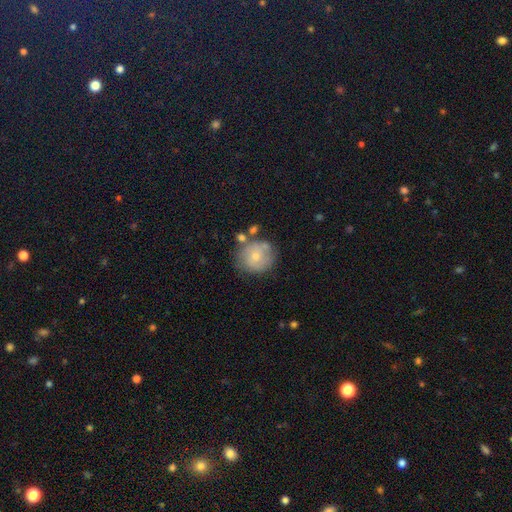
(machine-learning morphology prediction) Smooth or featured: smooth — 63% (featured or disk — 30%)
How rounded: round — 87% (in between — 12%)
Merging: none — 61% (minor disturbance — 20%)